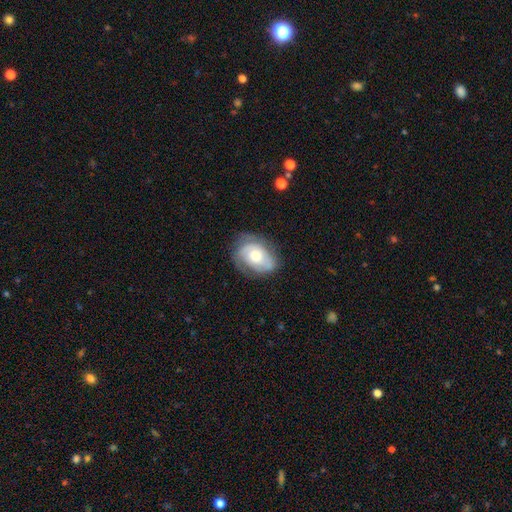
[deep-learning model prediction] Smooth or featured: featured or disk — 62% (smooth — 31%)
Edge-on disk: no — 96% (yes — 4%)
Bar: no — 78% (weak — 19%)
Spiral arms: yes — 80% (no — 20%)
Bulge size: moderate — 56% (large — 23%)
Merging: none — 65% (minor disturbance — 24%)